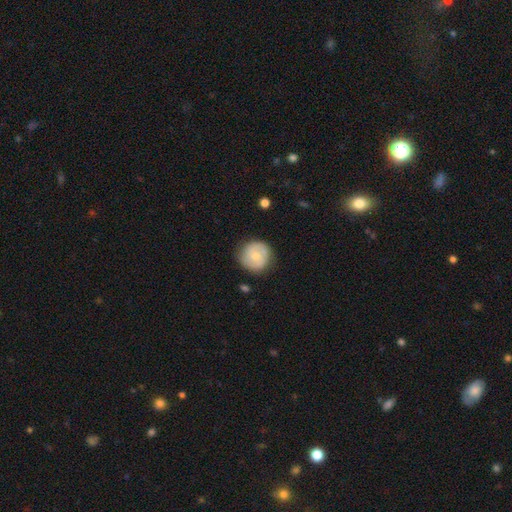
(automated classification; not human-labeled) Morphology: type=smooth (59%); roundness=round (92%); merging=none (79%).